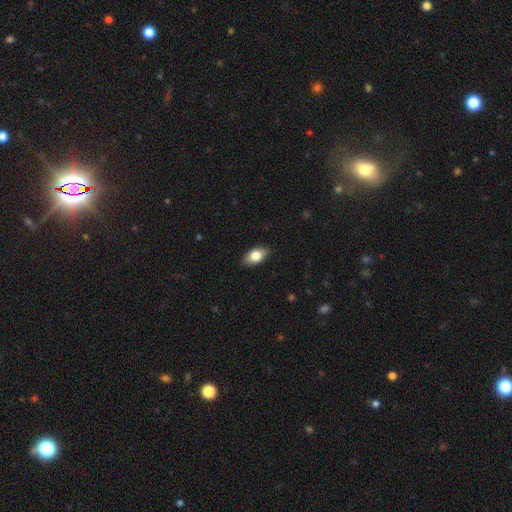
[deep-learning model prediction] A smooth galaxy with no disk features (81%) that is in between round and cigar-shaped (91%).

Vote fractions:
- Smooth or featured? smooth: 81% / featured or disk: 13% / star or artifact: 7%
- How rounded? in between: 91% / round: 6% / cigar-shaped: 3%
- Merging? none: 88% / minor disturbance: 10% / major disturbance: 2% / merger: 1%